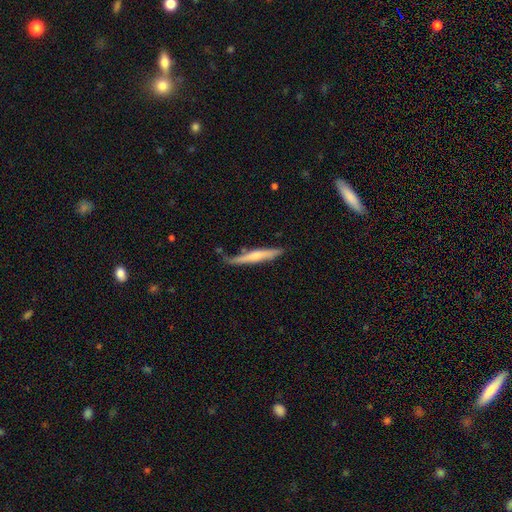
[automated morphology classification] Smooth or featured? Predicted: smooth (p=0.50). Merging? Predicted: none (p=0.67).